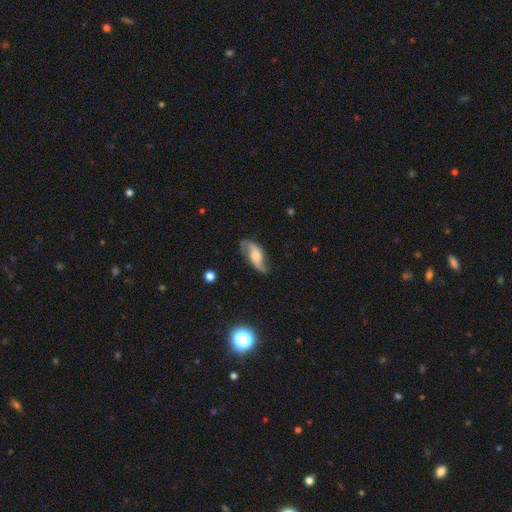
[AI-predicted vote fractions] Smooth or featured? Predicted: featured or disk (p=0.75). Edge-on disk? Predicted: no (p=0.92). Bar? Predicted: no (p=0.54). Spiral arms? Predicted: yes (p=0.94). Spiral winding? Predicted: loose (p=0.68). Spiral arm count? Predicted: 2 (p=0.90). Bulge size? Predicted: moderate (p=0.30). Merging? Predicted: none (p=0.69).